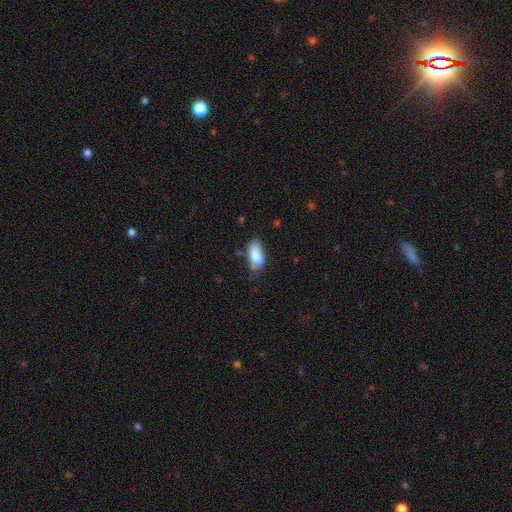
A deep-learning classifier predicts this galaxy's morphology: smooth 84%, featured or disk 9%, star or artifact 8%. Down the decision tree: how rounded — in between (90%); merging — none (53%).